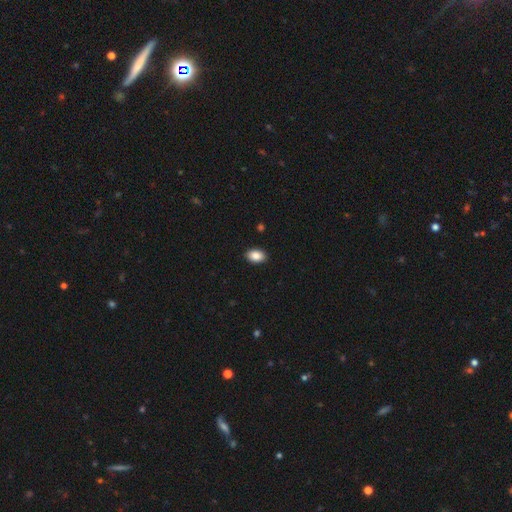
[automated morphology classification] The model was most divided on "how rounded": in between: 88%, round: 11%, cigar-shaped: 1%. More confident: merging — none (90%); smooth or featured — smooth (88%).